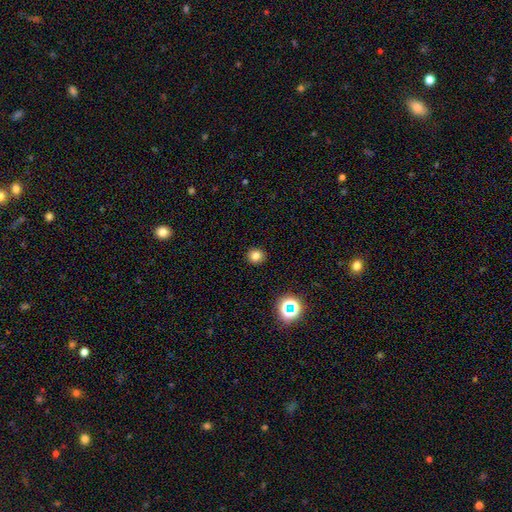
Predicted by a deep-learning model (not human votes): smooth 77%, star or artifact 16%, featured or disk 6%. Down the decision tree: how rounded — round (84%); merging — none (91%).